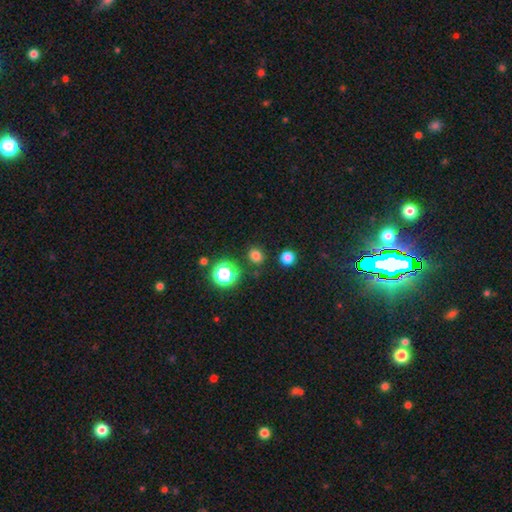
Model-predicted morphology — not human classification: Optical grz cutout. It shows a smooth galaxy with no disk features (77%) that is round (71%). Merging: none (85%).